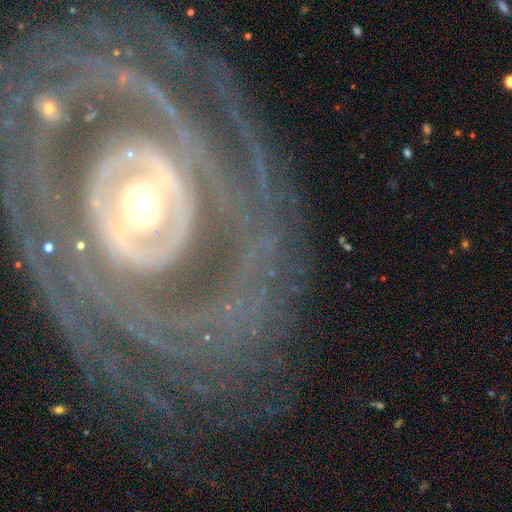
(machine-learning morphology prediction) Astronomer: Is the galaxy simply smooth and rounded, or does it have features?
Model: featured or disk — 88%.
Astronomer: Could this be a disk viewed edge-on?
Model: no — 95%.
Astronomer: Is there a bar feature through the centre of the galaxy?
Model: no — 39% (runner-up: strong, 34%).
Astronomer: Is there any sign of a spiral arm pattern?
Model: yes — 90%.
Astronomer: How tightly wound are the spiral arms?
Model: tight — 70%.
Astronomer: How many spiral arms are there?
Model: can't tell — 30% (runner-up: 2, 23%).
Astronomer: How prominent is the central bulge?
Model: moderate — 61%.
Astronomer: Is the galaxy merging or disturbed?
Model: none — 72%.